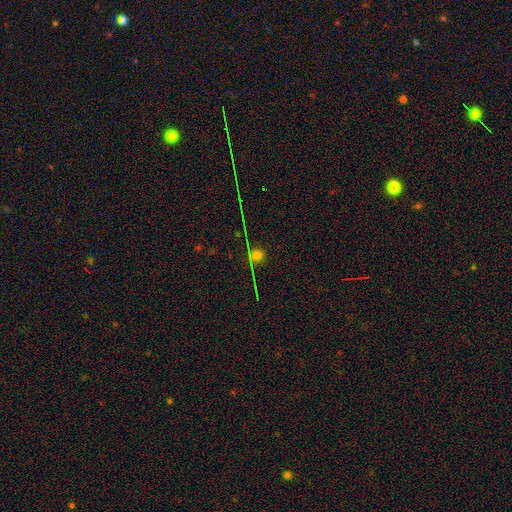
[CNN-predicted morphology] Smooth or featured: star or artifact — 46% (smooth — 42%)